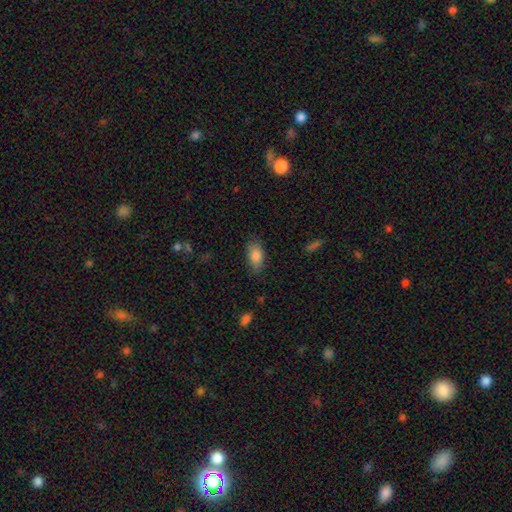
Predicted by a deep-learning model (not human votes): Q: Smooth or featured?
A: smooth (85%); runner-up: featured or disk (8%)
Q: How rounded?
A: in between (90%); runner-up: round (5%)
Q: Merging?
A: none (77%); runner-up: minor disturbance (18%)